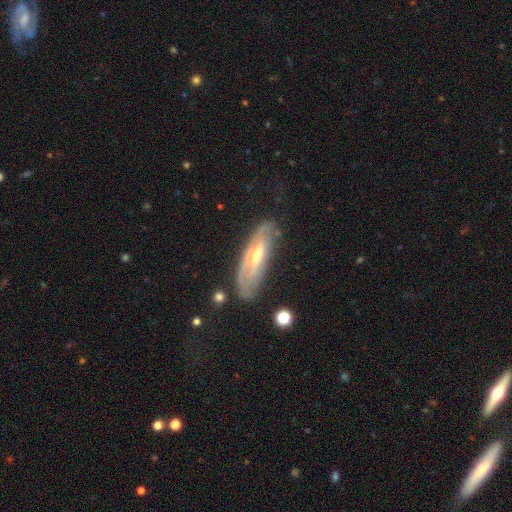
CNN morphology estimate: A featured or disk galaxy (67%). Merging: none (67%).